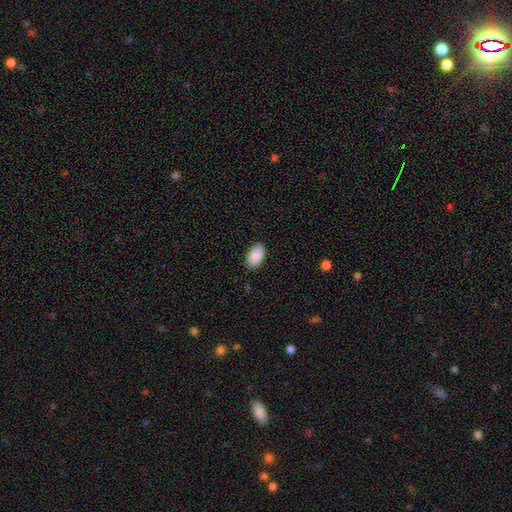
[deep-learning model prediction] A smooth galaxy with no disk features (90%) that is in between round and cigar-shaped (95%). Merging: none (87%).